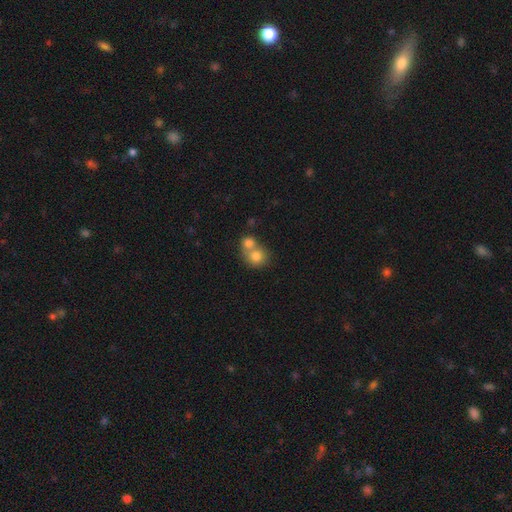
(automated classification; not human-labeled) smooth-or-featured: smooth: 78% | featured or disk: 13% | star or artifact: 9%
  how-rounded: round: 78% | in between: 21% | cigar-shaped: 1%
  merging: merger: 62% | none: 30% | minor disturbance: 6% | major disturbance: 3%